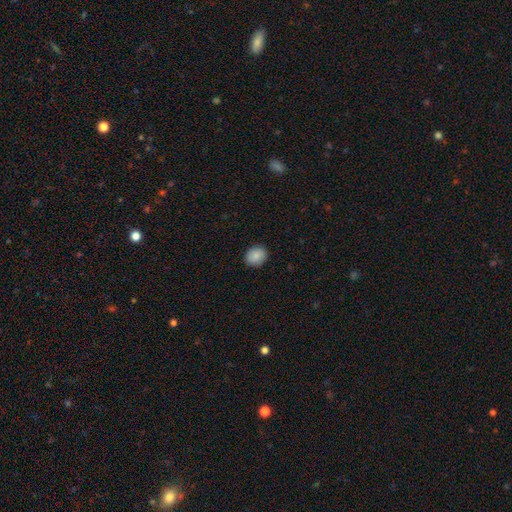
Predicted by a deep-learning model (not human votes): smooth-or-featured: smooth: 86% | star or artifact: 8% | featured or disk: 6%
  how-rounded: round: 67% | in between: 32% | cigar-shaped: 1%
  merging: none: 90% | minor disturbance: 7% | major disturbance: 2% | merger: 1%